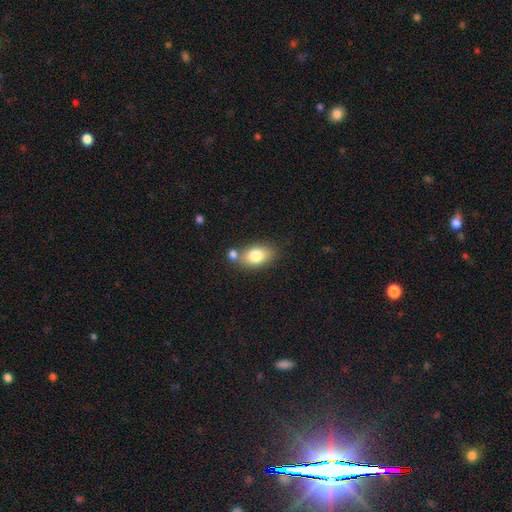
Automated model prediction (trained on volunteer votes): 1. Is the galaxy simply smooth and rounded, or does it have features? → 79% smooth, 13% featured or disk, 8% star or artifact.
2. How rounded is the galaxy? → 87% in between, 11% round, 2% cigar-shaped.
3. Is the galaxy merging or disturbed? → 64% none, 18% merger, 14% minor disturbance, 4% major disturbance.